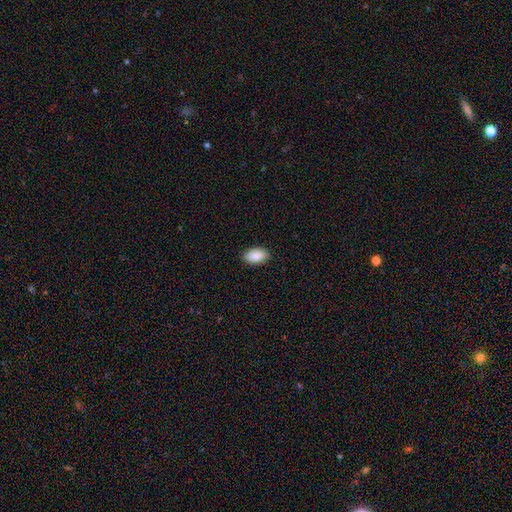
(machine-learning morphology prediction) Overall: smooth (91%). How rounded: in between (94%). Merging: none (88%).